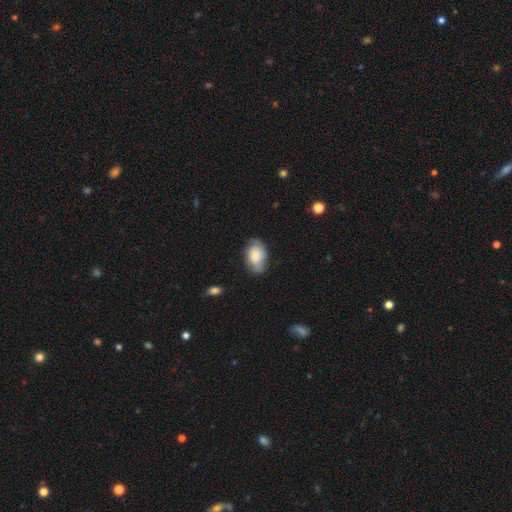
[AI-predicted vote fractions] A smooth galaxy with no disk features (68%) that is in between round and cigar-shaped (88%).

Vote fractions:
- Smooth or featured? smooth: 68% / featured or disk: 25% / star or artifact: 7%
- How rounded? in between: 88% / round: 11% / cigar-shaped: 1%
- Merging? none: 66% / minor disturbance: 26% / major disturbance: 6% / merger: 2%